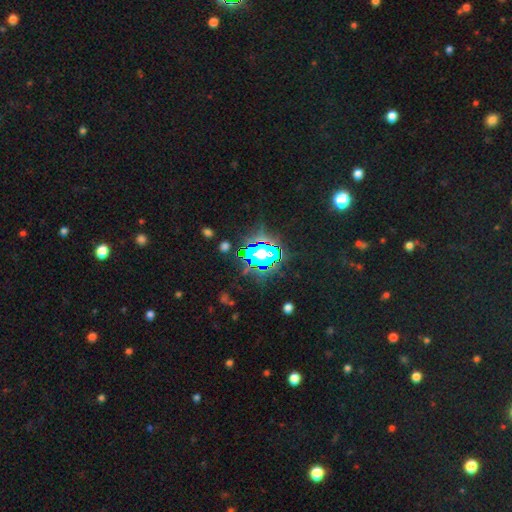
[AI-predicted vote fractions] This appears to be a star or artifact, not a galaxy (70%).